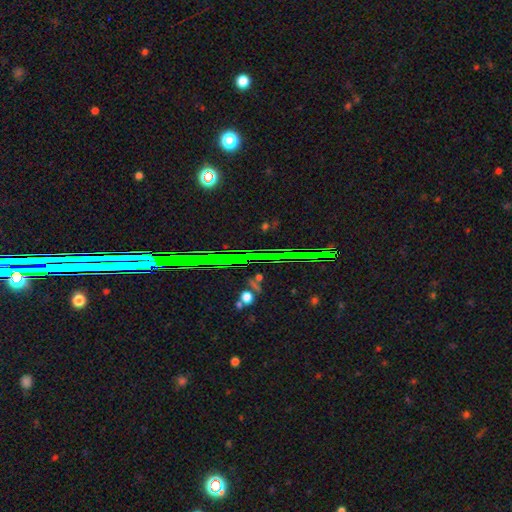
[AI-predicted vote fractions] Smooth or featured? star or artifact (72%)